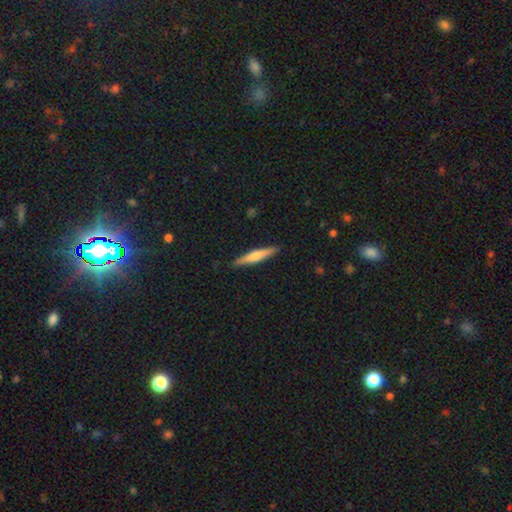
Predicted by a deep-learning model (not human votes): A smooth galaxy with no disk features (51%) that is cigar-shaped (92%). Merging: none (90%).